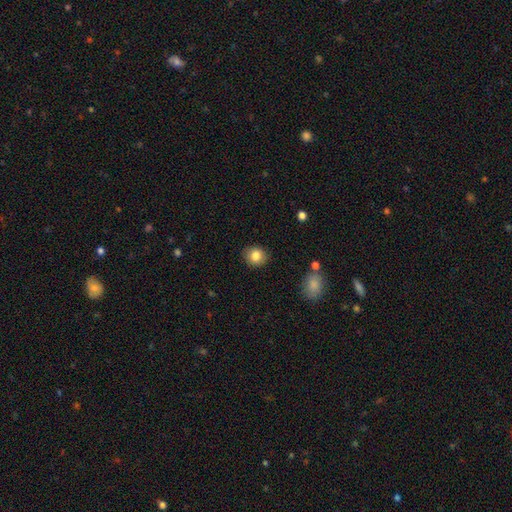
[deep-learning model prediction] Smooth or featured?
  - smooth: 84% *
  - star or artifact: 9%
  - featured or disk: 7%
How rounded?
  - round: 75% *
  - in between: 24%
  - cigar-shaped: 1%
Merging?
  - none: 88% *
  - minor disturbance: 9%
  - major disturbance: 2%
  - merger: 1%